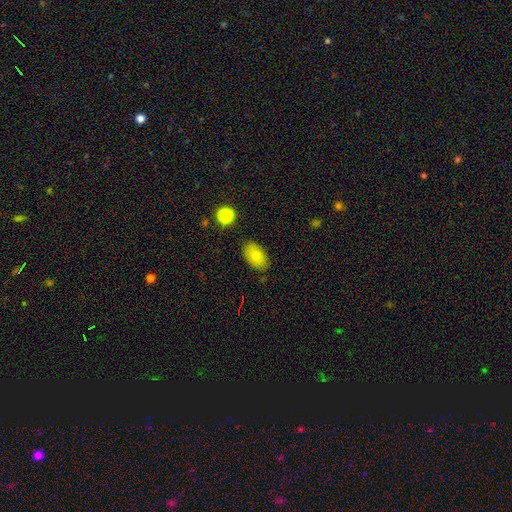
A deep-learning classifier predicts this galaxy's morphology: Smooth or featured: smooth — 78% (featured or disk — 13%)
How rounded: in between — 90% (round — 9%)
Merging: none — 83% (minor disturbance — 13%)